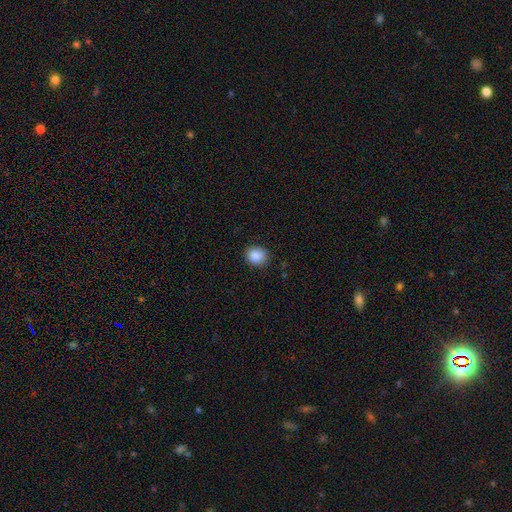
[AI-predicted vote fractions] Smooth or featured? smooth (87%)
How rounded? round (72%)
Merging? none (86%)